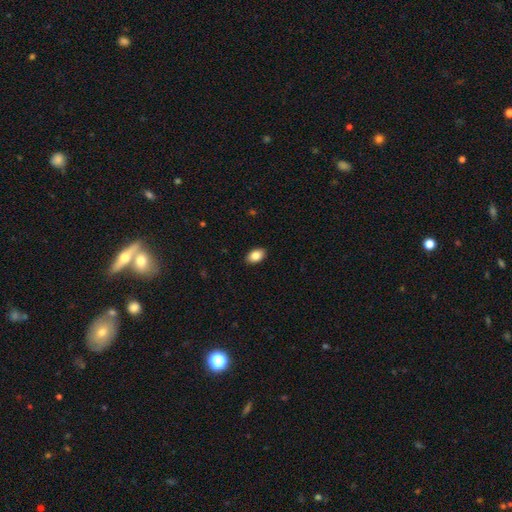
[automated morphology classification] A smooth galaxy with no disk features (85%) that is in between round and cigar-shaped (89%).

Vote fractions:
- Smooth or featured? smooth: 85% / star or artifact: 8% / featured or disk: 7%
- How rounded? in between: 89% / round: 9% / cigar-shaped: 1%
- Merging? none: 90% / minor disturbance: 8% / major disturbance: 2% / merger: 1%